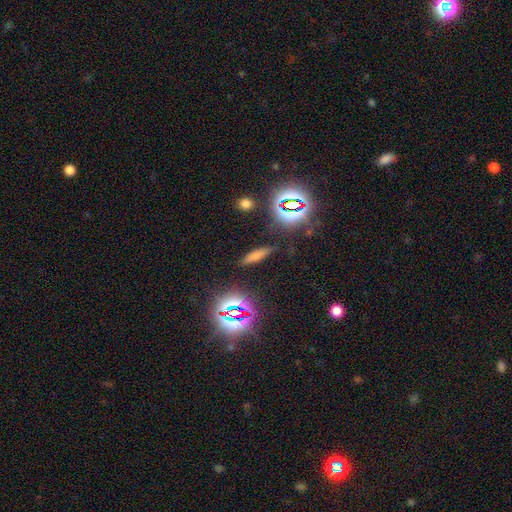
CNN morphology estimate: Smooth or featured: smooth — 63% (star or artifact — 24%)
How rounded: cigar-shaped — 70% (in between — 26%)
Merging: none — 84% (minor disturbance — 10%)